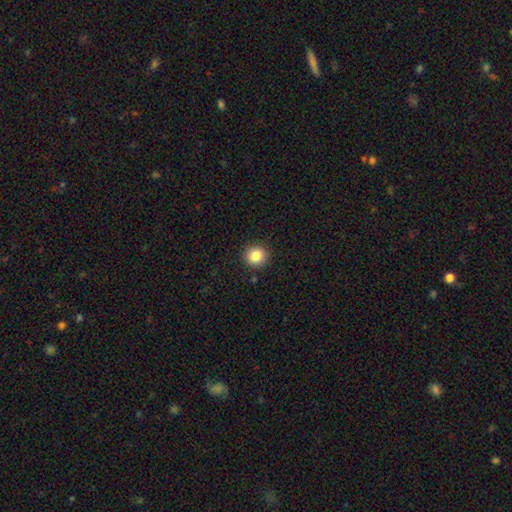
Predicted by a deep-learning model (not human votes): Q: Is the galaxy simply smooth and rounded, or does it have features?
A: smooth — 85%.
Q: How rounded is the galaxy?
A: round — 93%.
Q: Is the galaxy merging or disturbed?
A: none — 91%.